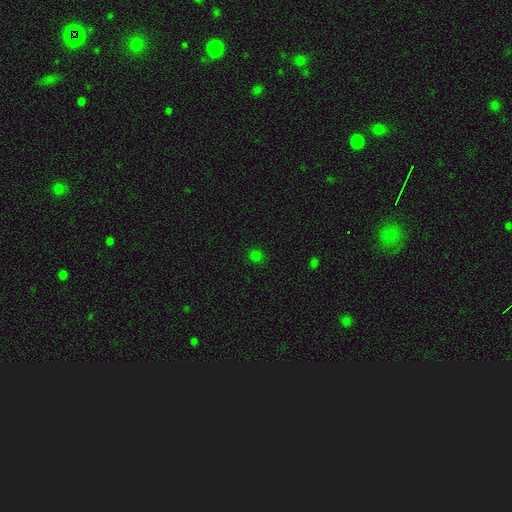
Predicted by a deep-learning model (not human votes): Smooth or featured?
  - smooth: 76% *
  - star or artifact: 21%
  - featured or disk: 4%
How rounded?
  - round: 89% *
  - in between: 10%
  - cigar-shaped: 1%
Merging?
  - none: 90% *
  - minor disturbance: 7%
  - major disturbance: 2%
  - merger: 1%